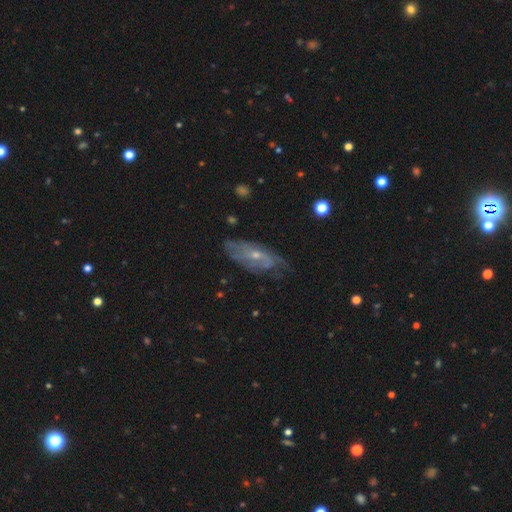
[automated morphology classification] Smooth or featured: featured or disk — 68% (smooth — 24%)
Edge-on disk: no — 84% (yes — 16%)
Bar: no — 68% (weak — 26%)
Spiral arms: yes — 74% (no — 26%)
Bulge size: small — 62% (moderate — 34%)
Merging: none — 61% (minor disturbance — 27%)